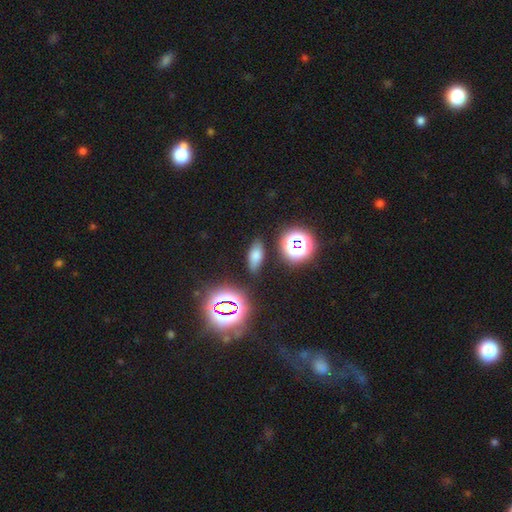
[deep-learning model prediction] Morphology: type=smooth (64%); roundness=in between (76%); merging=none (85%).